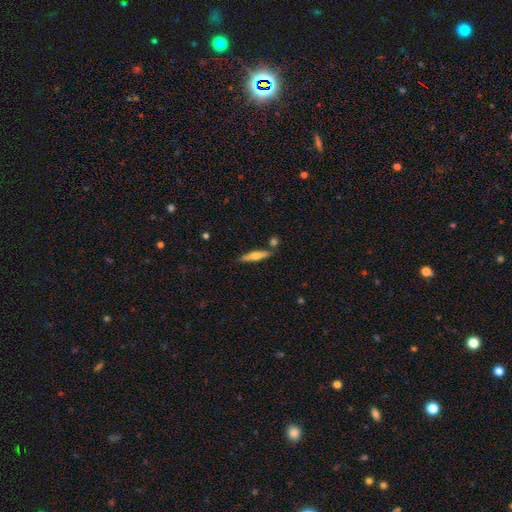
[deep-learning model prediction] Smooth or featured?
  - featured or disk: 47% * (tied)
  - smooth: 47% * (tied)
  - star or artifact: 6%
Merging?
  - none: 80% *
  - minor disturbance: 11%
  - merger: 7%
  - major disturbance: 2%